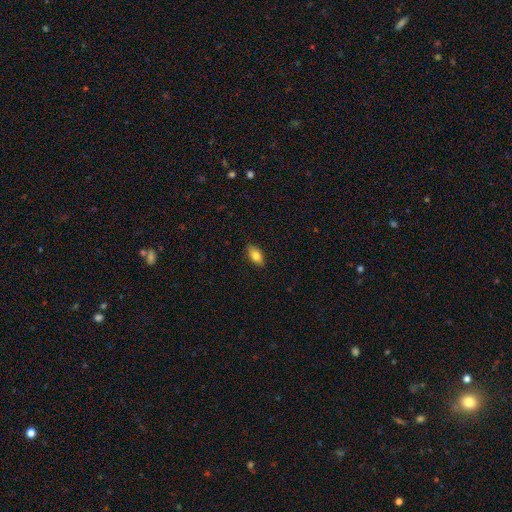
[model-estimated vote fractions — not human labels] The model was most divided on "smooth or featured": smooth: 75%, featured or disk: 17%, star or artifact: 7%. More confident: merging — none (87%); how rounded — in between (87%).